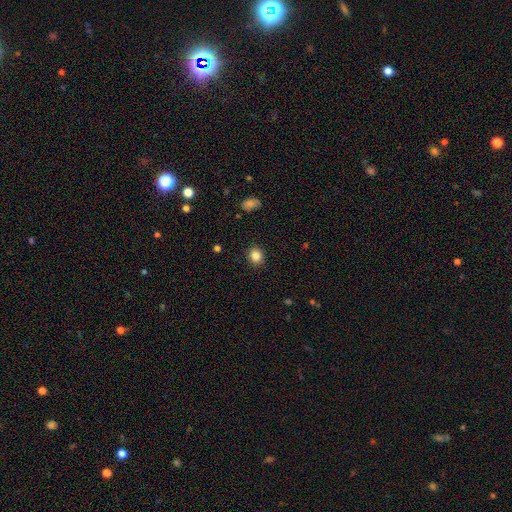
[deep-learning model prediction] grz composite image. It shows a smooth galaxy with no disk features (85%) that is round (76%). Merging: none (90%).